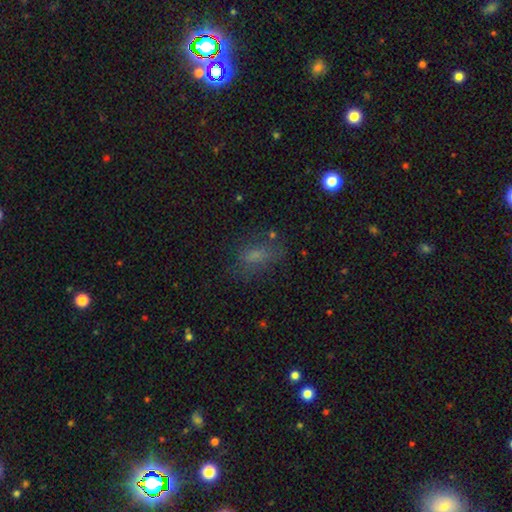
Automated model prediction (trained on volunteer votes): Smooth or featured? smooth (63%)
How rounded? in between (76%)
Merging? none (63%)